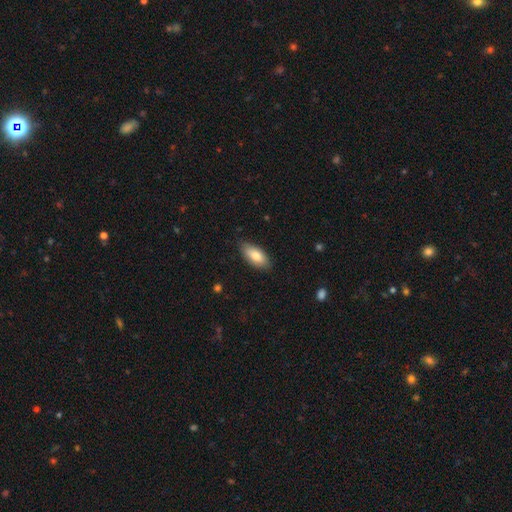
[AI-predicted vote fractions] Smooth or featured? Predicted: smooth (p=0.80). How rounded? Predicted: in between (p=0.89). Merging? Predicted: none (p=0.81).